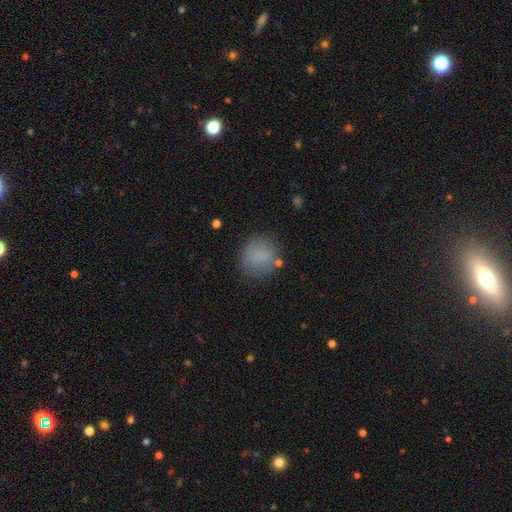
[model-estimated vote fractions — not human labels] This appears to be a smooth galaxy with no disk features (80%) that is round (82%). Merging: none (76%).